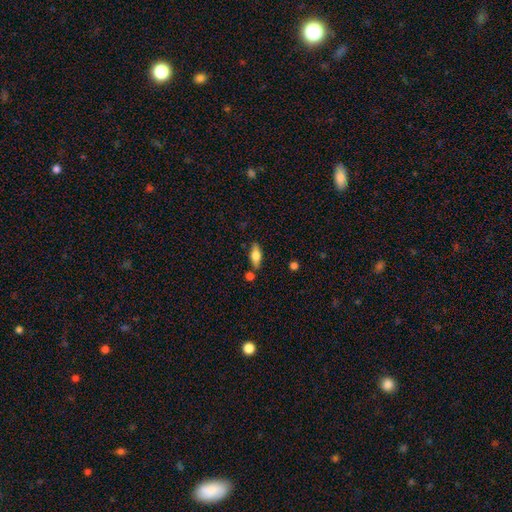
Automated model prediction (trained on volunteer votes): smooth_or_featured: smooth (p=0.59) [alt: featured or disk p=0.34]
how_rounded: in between (p=0.66) [alt: cigar-shaped p=0.31]
merging: none (p=0.79) [alt: minor disturbance p=0.11]